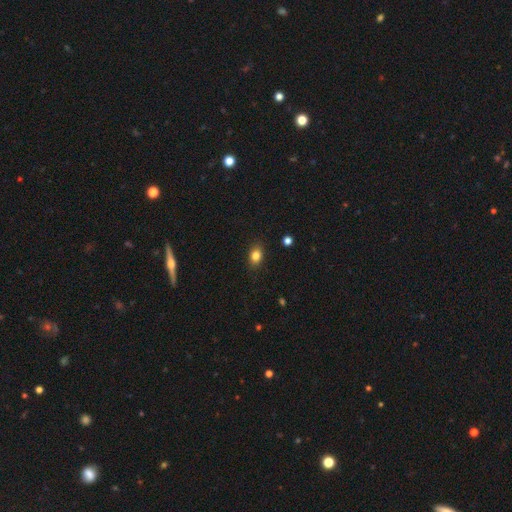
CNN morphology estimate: Smooth or featured? Predicted: smooth (p=0.83). How rounded? Predicted: in between (p=0.70). Merging? Predicted: none (p=0.86).